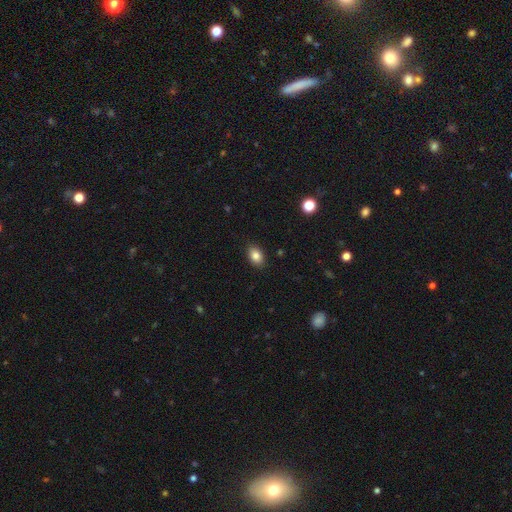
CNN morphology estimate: smooth-or-featured: smooth: 84% | star or artifact: 9% | featured or disk: 7%
  how-rounded: in between: 82% | round: 17% | cigar-shaped: 1%
  merging: none: 87% | minor disturbance: 10% | major disturbance: 2% | merger: 1%